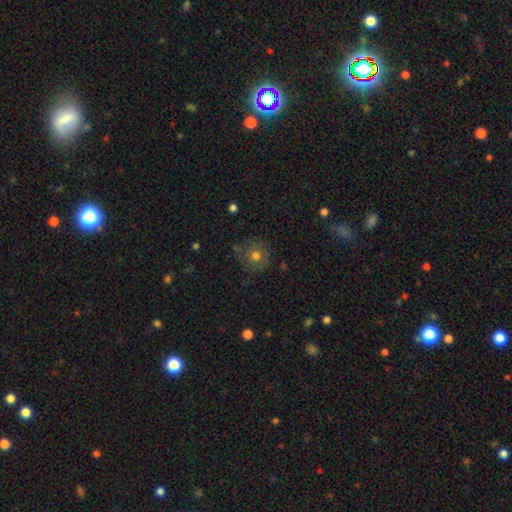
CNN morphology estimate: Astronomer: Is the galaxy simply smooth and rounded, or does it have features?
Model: smooth — 61%.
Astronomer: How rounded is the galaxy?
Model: round — 90%.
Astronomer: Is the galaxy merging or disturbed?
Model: none — 73%.